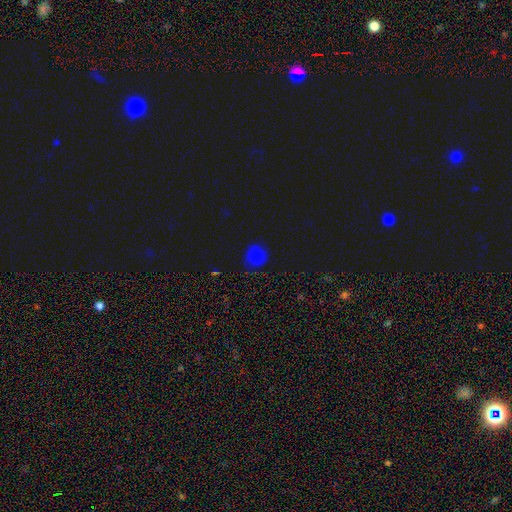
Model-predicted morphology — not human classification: Smooth or featured: smooth — 71% (star or artifact — 22%)
How rounded: round — 88% (in between — 11%)
Merging: none — 80% (minor disturbance — 15%)